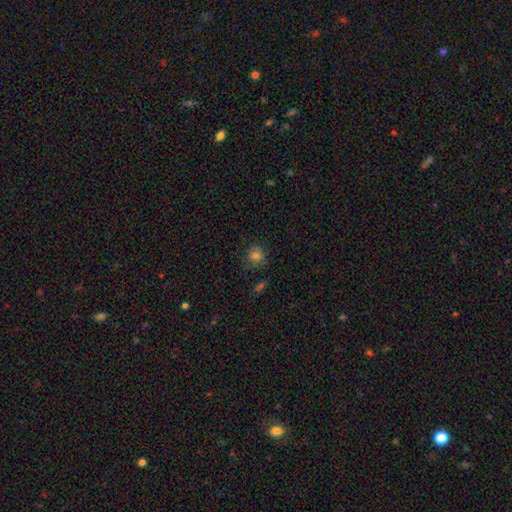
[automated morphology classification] smooth-or-featured: smooth: 79% | star or artifact: 15% | featured or disk: 6%
  how-rounded: round: 83% | in between: 16% | cigar-shaped: 1%
  merging: none: 78% | minor disturbance: 15% | major disturbance: 4% | merger: 3%